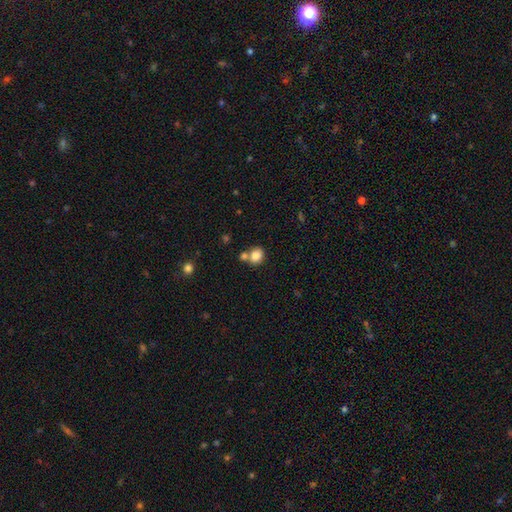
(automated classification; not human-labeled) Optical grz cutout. It shows a smooth galaxy with no disk features (83%) that is round (53%). Merging: none (50%).